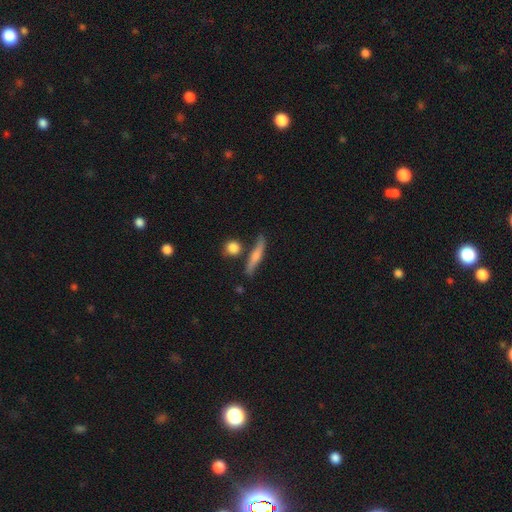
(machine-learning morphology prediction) smooth 53%, featured or disk 40%, star or artifact 7%. Down the decision tree: how rounded — cigar-shaped (83%); merging — none (72%).